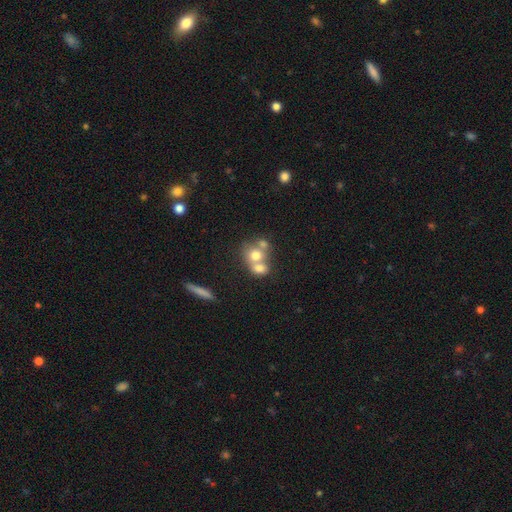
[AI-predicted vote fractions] smooth_or_featured: smooth (p=0.68) [alt: featured or disk p=0.21]
how_rounded: round (p=0.68) [alt: in between p=0.31]
merging: merger (p=0.62) [alt: none p=0.27]